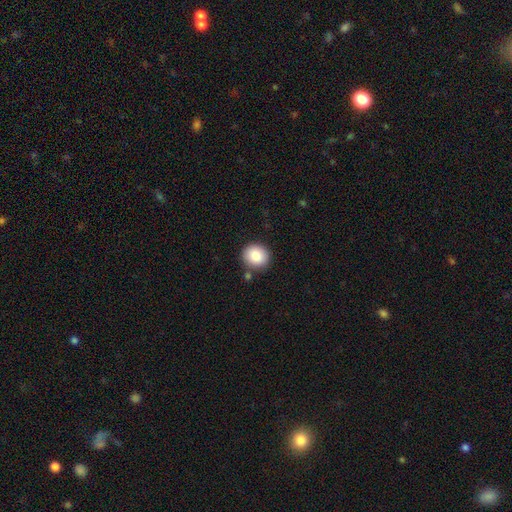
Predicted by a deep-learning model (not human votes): Smooth or featured: smooth — 85% (star or artifact — 8%)
How rounded: round — 82% (in between — 17%)
Merging: none — 83% (minor disturbance — 9%)